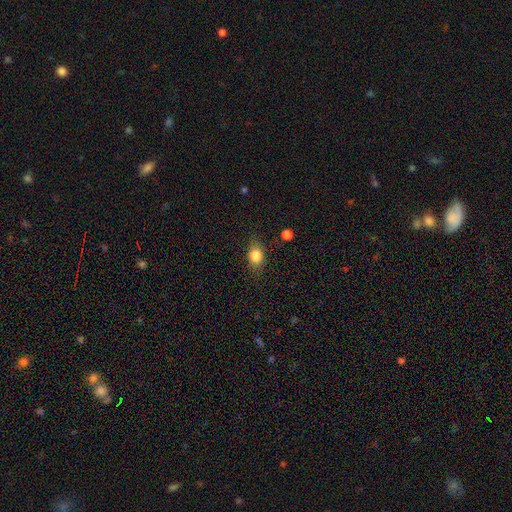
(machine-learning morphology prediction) Smooth or featured: smooth — 82% (star or artifact — 9%)
How rounded: in between — 65% (round — 32%)
Merging: none — 78% (minor disturbance — 16%)